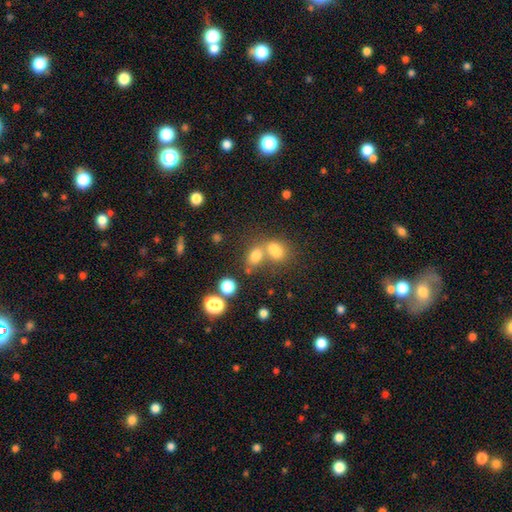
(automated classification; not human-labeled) Morphology: type=smooth (73%); roundness=in between (69%); merging=merger (45%).